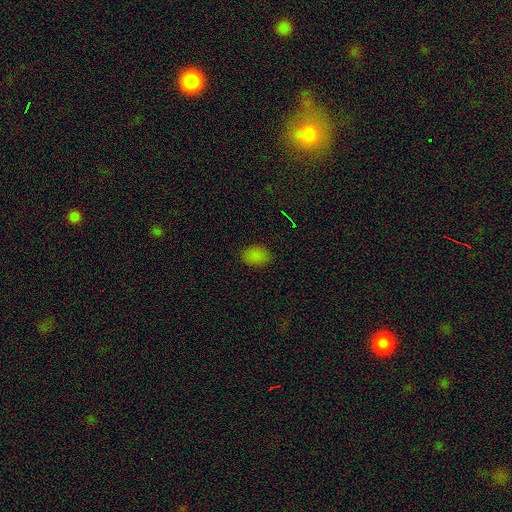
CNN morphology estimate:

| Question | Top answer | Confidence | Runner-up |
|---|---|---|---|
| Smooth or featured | smooth | 80% | star or artifact (15%) |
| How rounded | in between | 81% | round (18%) |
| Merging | none | 83% | minor disturbance (13%) |